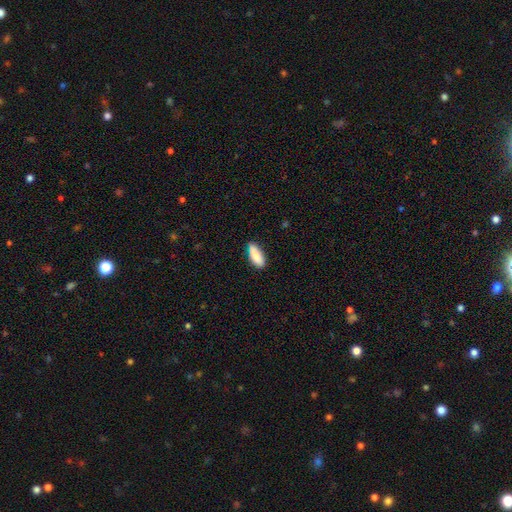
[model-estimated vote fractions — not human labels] Q: Smooth or featured?
A: smooth (87%); runner-up: featured or disk (7%)
Q: How rounded?
A: in between (79%); runner-up: cigar-shaped (19%)
Q: Merging?
A: none (72%); runner-up: minor disturbance (23%)